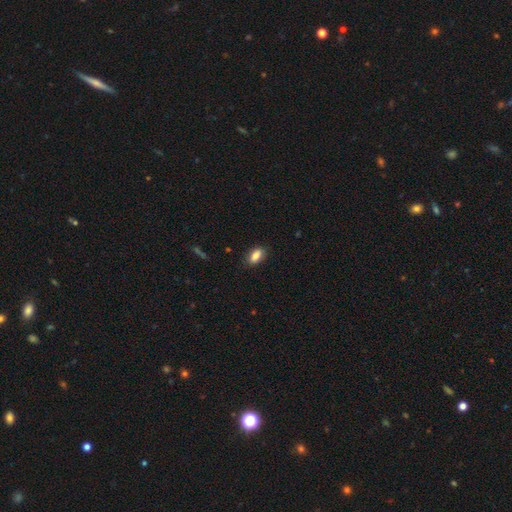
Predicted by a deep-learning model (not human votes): Smooth or featured? smooth (84%)
How rounded? in between (89%)
Merging? none (86%)